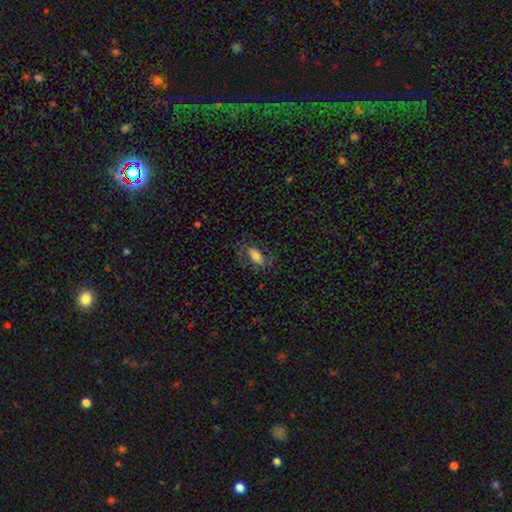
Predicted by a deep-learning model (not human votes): Q: Smooth or featured?
A: smooth (65%); runner-up: featured or disk (26%)
Q: How rounded?
A: in between (88%); runner-up: cigar-shaped (7%)
Q: Merging?
A: none (68%); runner-up: minor disturbance (18%)